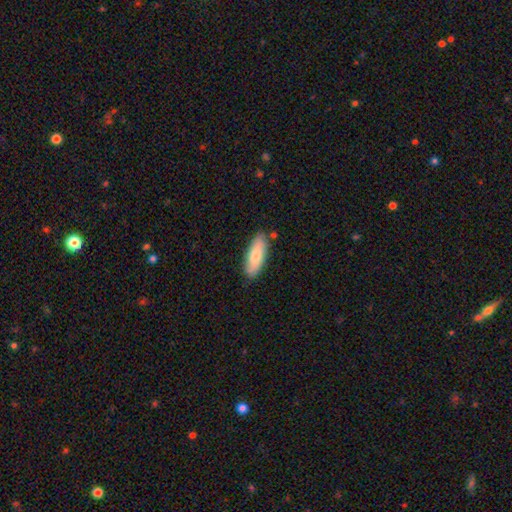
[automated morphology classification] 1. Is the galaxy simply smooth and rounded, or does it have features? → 76% smooth, 18% featured or disk, 6% star or artifact.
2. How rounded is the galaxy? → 68% in between, 30% cigar-shaped, 2% round.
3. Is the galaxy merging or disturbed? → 82% none, 13% minor disturbance, 3% merger, 2% major disturbance.